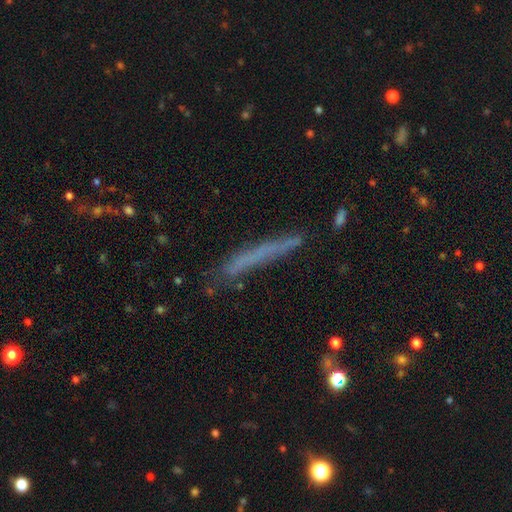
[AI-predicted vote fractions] Smooth or featured? smooth (55%)
How rounded? cigar-shaped (95%)
Merging? none (74%)